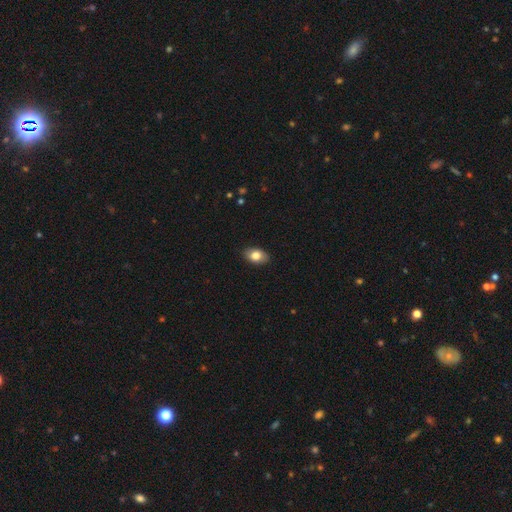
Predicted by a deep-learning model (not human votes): This is clearly a smooth galaxy (80%). How rounded: clearly in between (88%). Merging: clearly none (87%).